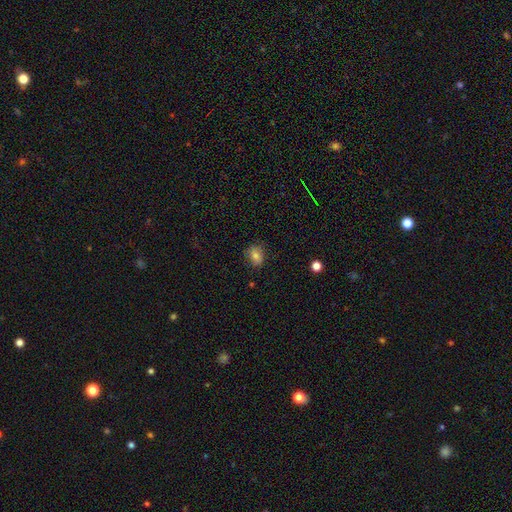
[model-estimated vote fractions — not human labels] smooth-or-featured: smooth: 75% | star or artifact: 13% | featured or disk: 12%
  how-rounded: round: 52% | in between: 47% | cigar-shaped: 1%
  merging: none: 79% | minor disturbance: 16% | major disturbance: 4% | merger: 1%